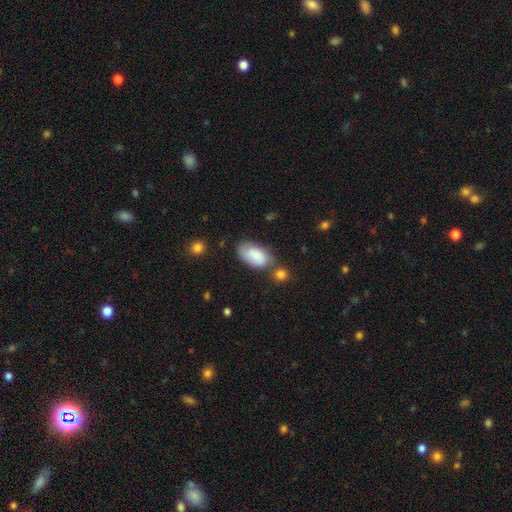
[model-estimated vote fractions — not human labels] Morphology: type=smooth (74%); roundness=in between (94%); merging=none (50%).